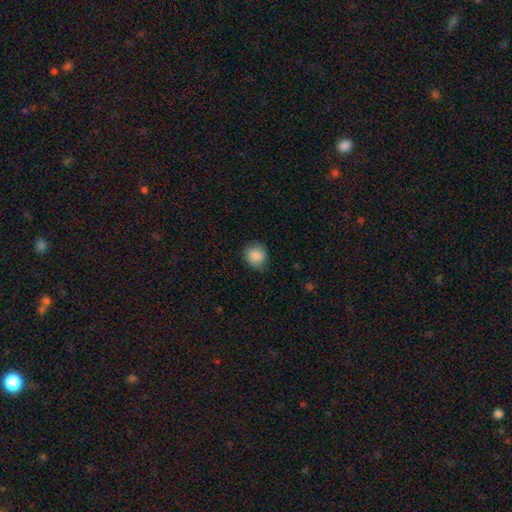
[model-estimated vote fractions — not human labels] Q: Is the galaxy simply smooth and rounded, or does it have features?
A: smooth — 87%.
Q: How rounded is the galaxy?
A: round — 83%.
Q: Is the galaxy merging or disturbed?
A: none — 79%.